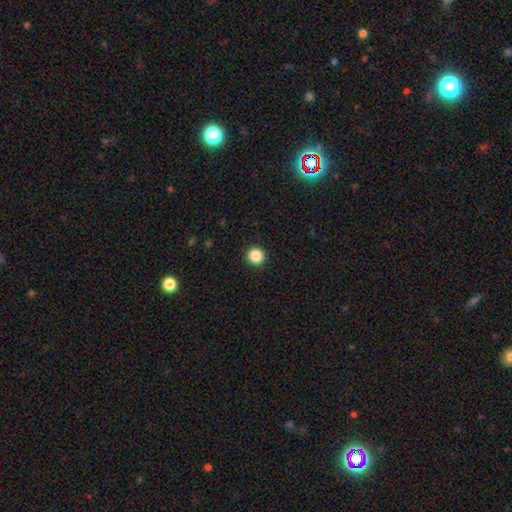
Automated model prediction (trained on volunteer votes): smooth 87%, star or artifact 10%, featured or disk 3%. Down the decision tree: how rounded — round (95%); merging — none (93%).